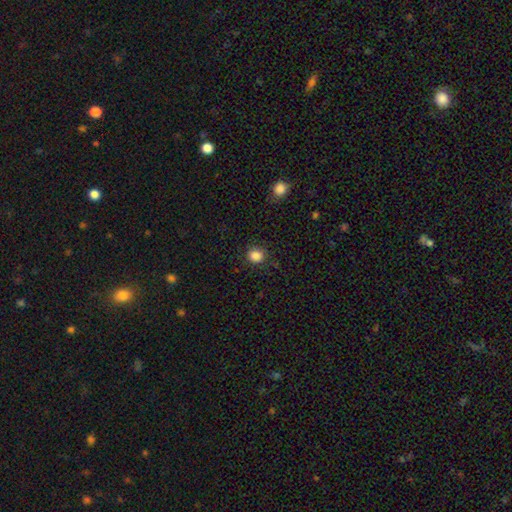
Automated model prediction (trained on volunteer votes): Overall: smooth (85%). How rounded: round (82%). Merging: none (86%).